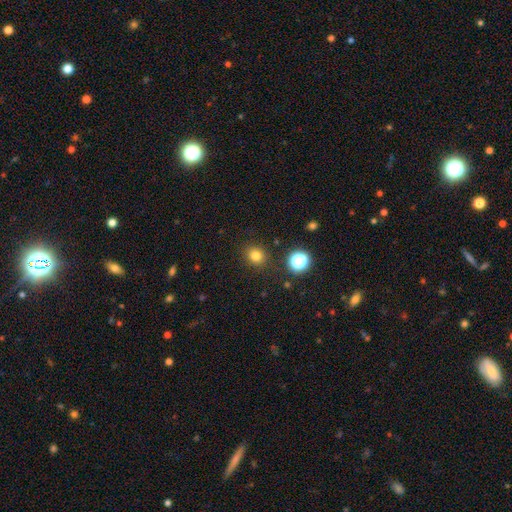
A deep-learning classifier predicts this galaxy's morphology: smooth-or-featured: smooth: 79% | star or artifact: 15% | featured or disk: 6%
  how-rounded: round: 75% | in between: 24% | cigar-shaped: 1%
  merging: none: 88% | minor disturbance: 8% | major disturbance: 3% | merger: 2%